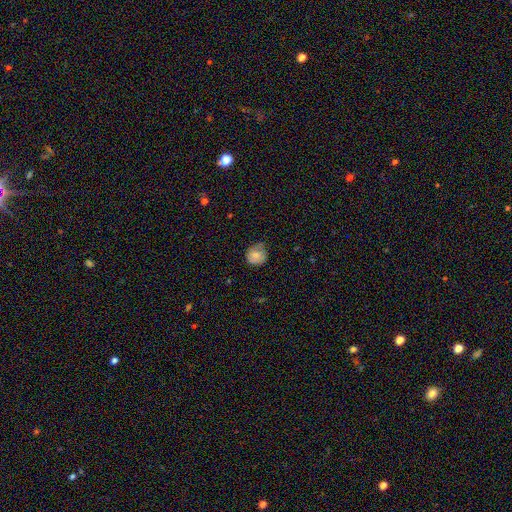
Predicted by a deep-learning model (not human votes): Smooth or featured? Predicted: smooth (p=0.75). How rounded? Predicted: round (p=0.87). Merging? Predicted: none (p=0.61).